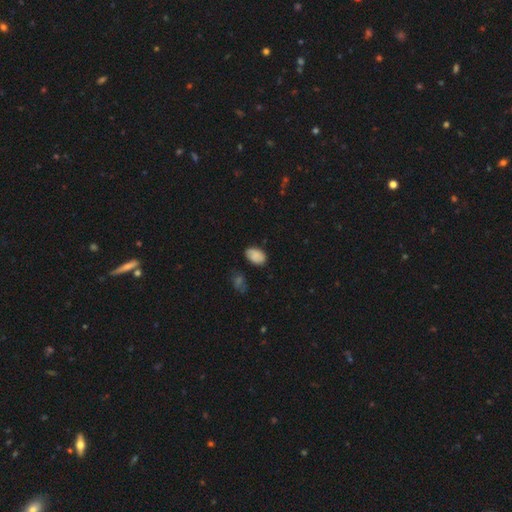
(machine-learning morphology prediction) This appears to be a smooth galaxy with no disk features (84%) that is in between round and cigar-shaped (90%). Merging: none (76%).